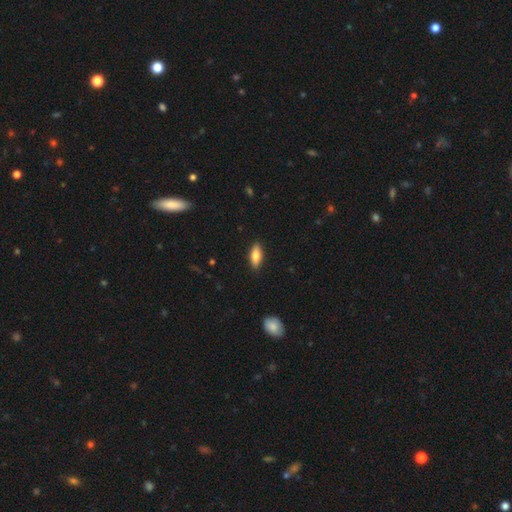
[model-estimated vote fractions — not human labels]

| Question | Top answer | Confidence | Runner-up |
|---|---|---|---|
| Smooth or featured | smooth | 79% | featured or disk (15%) |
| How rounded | in between | 76% | cigar-shaped (22%) |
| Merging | none | 88% | minor disturbance (9%) |